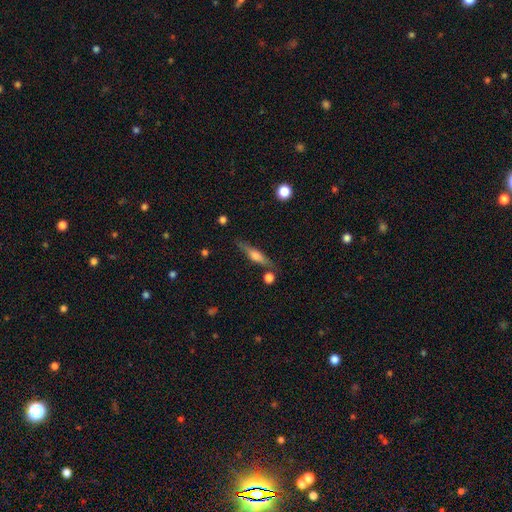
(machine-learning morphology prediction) smooth_or_featured: featured or disk (p=0.54) [alt: smooth p=0.39]
disk_edge_on: yes (p=0.94) [alt: no p=0.06]
edge_on_bulge: rounded (p=0.80) [alt: boxy p=0.14]
merging: none (p=0.78) [alt: minor disturbance p=0.13]